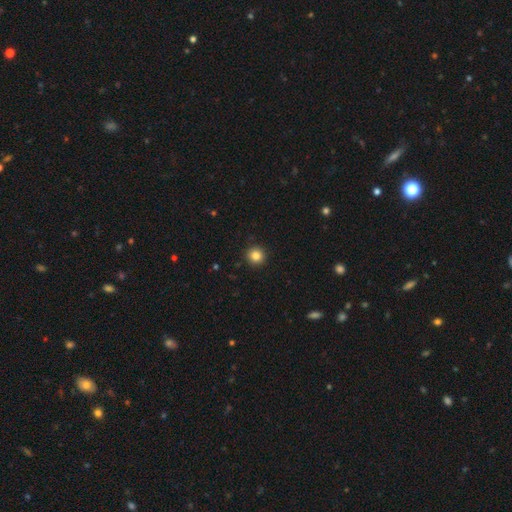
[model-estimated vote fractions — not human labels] smooth-or-featured: smooth: 84% | star or artifact: 11% | featured or disk: 5%
  how-rounded: round: 95% | in between: 4% | cigar-shaped: 1%
  merging: none: 93% | minor disturbance: 5% | major disturbance: 2% | merger: 1%